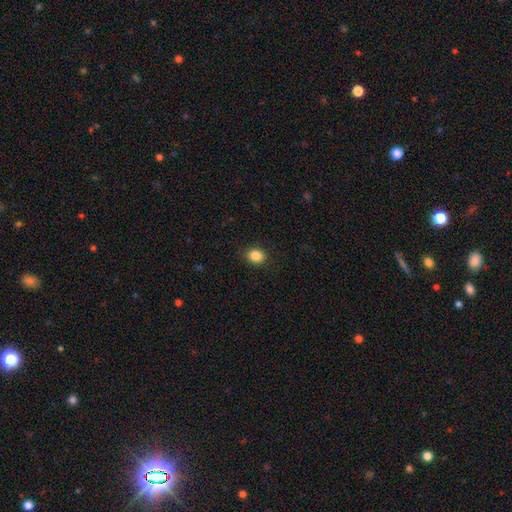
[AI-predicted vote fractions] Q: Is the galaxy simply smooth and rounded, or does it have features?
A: smooth — 86%.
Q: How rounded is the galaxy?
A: round — 60%.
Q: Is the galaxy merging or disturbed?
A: none — 89%.